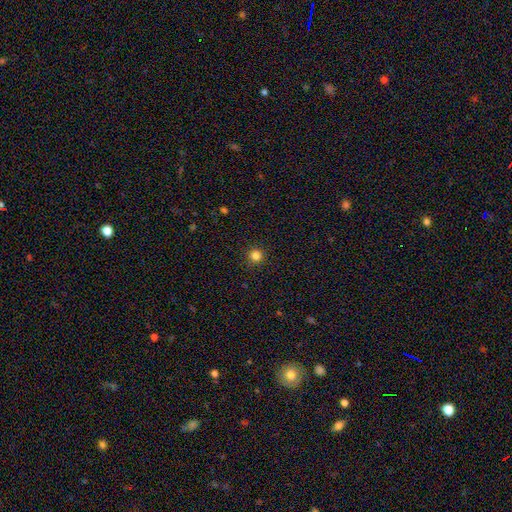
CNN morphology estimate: Smooth or featured: smooth — 83% (star or artifact — 13%)
How rounded: round — 96% (in between — 3%)
Merging: none — 92% (minor disturbance — 5%)